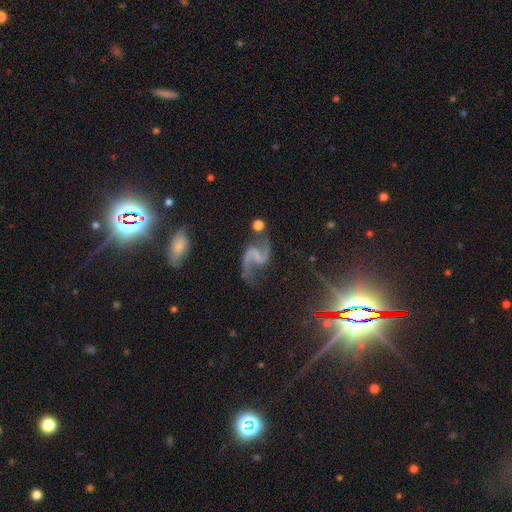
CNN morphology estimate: Smooth or featured?
  - featured or disk: 89% *
  - star or artifact: 6%
  - smooth: 5%
Edge-on disk?
  - no: 98% *
  - yes: 2%
Bar?
  - weak: 44% *
  - no: 33%
  - strong: 23%
Spiral arms?
  - yes: 97% *
  - no: 3%
Spiral winding?
  - loose: 72% *
  - medium: 23%
  - tight: 4%
Spiral arm count?
  - 2: 94% *
  - 1: 2%
  - can't tell: 1%
  - 3: 1%
  - 4: 1%
  - more than 4: 1%
Bulge size?
  - none: 67% *
  - small: 22%
  - moderate: 9%
  - large: 2%
  - dominant: 1%
Merging?
  - none: 68% *
  - minor disturbance: 17%
  - major disturbance: 10%
  - merger: 6%